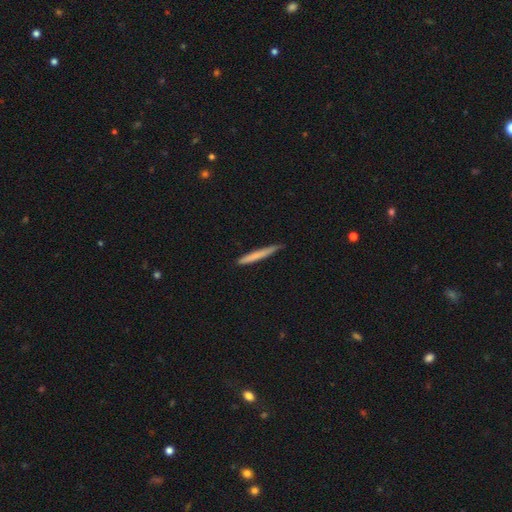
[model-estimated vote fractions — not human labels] smooth-or-featured: smooth: 70% | featured or disk: 24% | star or artifact: 6%
  how-rounded: cigar-shaped: 97% | in between: 2% | round: 1%
  merging: none: 85% | minor disturbance: 12% | major disturbance: 2% | merger: 1%